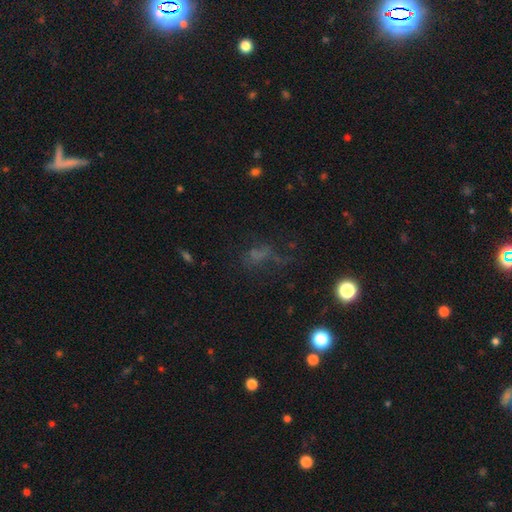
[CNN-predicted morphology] type=star or artifact (53%).